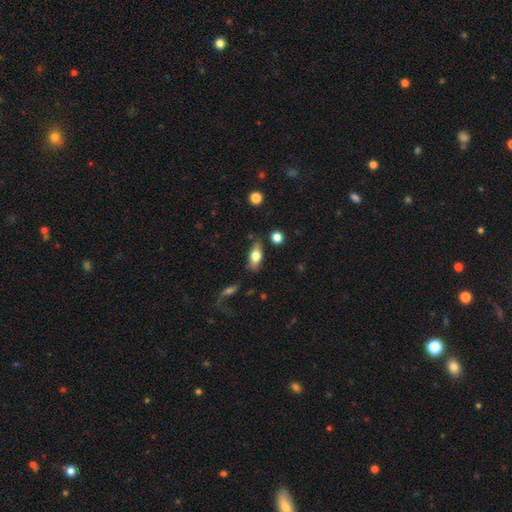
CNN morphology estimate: The model was most divided on "smooth or featured": smooth: 70%, featured or disk: 22%, star or artifact: 7%. More confident: how rounded — in between (81%); merging — none (71%).